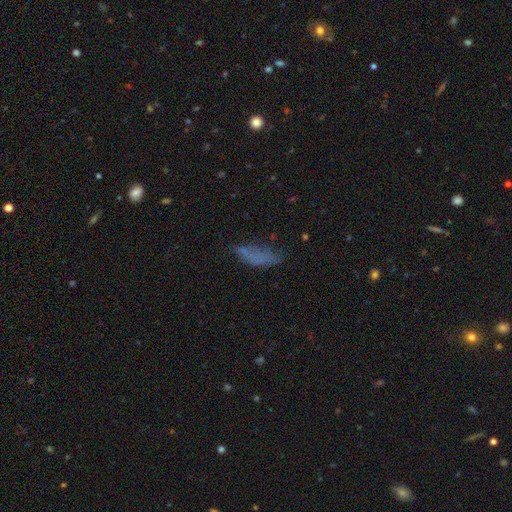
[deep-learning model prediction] Q: Smooth or featured?
A: smooth (60%); runner-up: featured or disk (23%)
Q: How rounded?
A: in between (58%); runner-up: cigar-shaped (39%)
Q: Merging?
A: none (47%); runner-up: minor disturbance (27%)